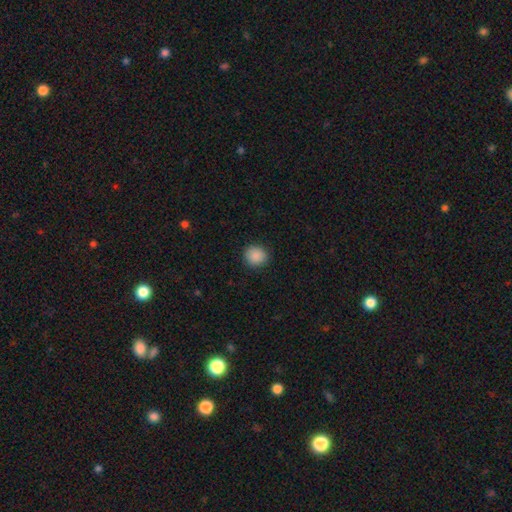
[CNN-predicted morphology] Smooth or featured?
  - smooth: 89% *
  - star or artifact: 9%
  - featured or disk: 3%
How rounded?
  - round: 87% *
  - in between: 12%
  - cigar-shaped: 1%
Merging?
  - none: 90% *
  - minor disturbance: 7%
  - major disturbance: 2%
  - merger: 1%